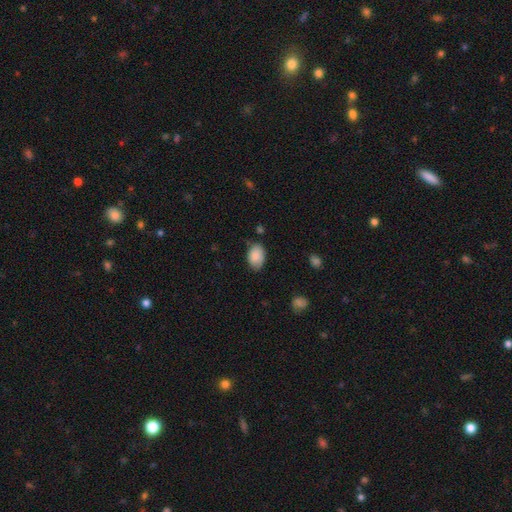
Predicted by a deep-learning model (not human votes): A smooth galaxy with no disk features (86%) that is in between round and cigar-shaped (89%). Merging: none (69%).